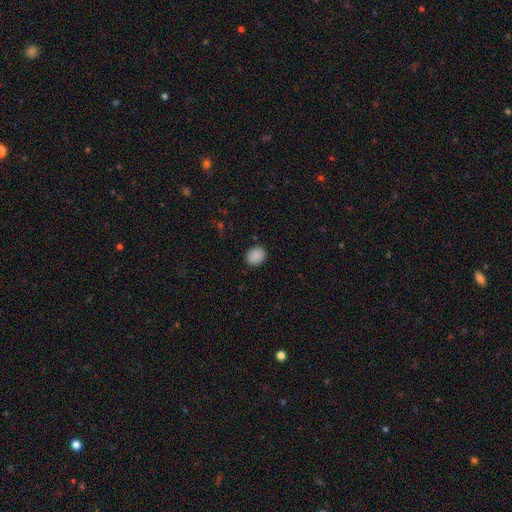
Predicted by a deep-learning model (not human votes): Overall: smooth (89%). How rounded: round (59%; in between 40%). Merging: none (89%).